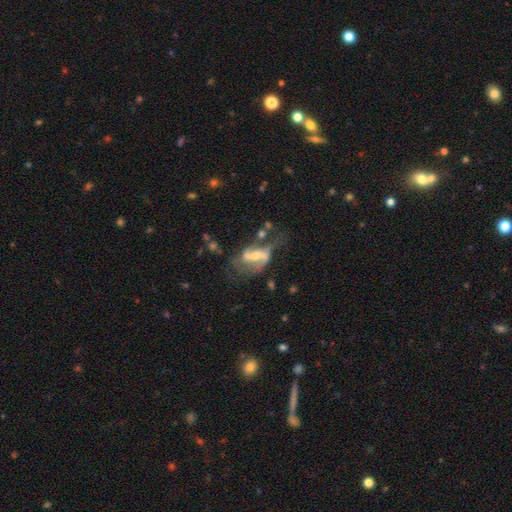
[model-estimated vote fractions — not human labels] featured or disk 75%, smooth 16%, star or artifact 9%. Down the decision tree: edge-on disk — no (96%); bar — weak (41%); spiral arms — yes (76%); spiral arm count — 2 (77%); spiral winding — loose (61%); bulge size — small (39%); merging — major disturbance (37%).